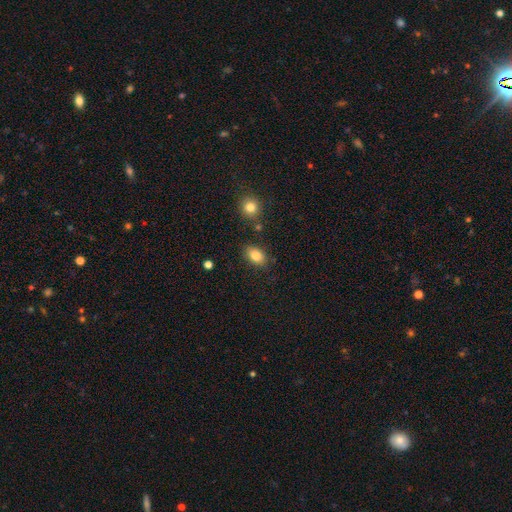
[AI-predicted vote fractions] smooth 84%, star or artifact 9%, featured or disk 8%. Down the decision tree: how rounded — in between (85%); merging — none (82%).